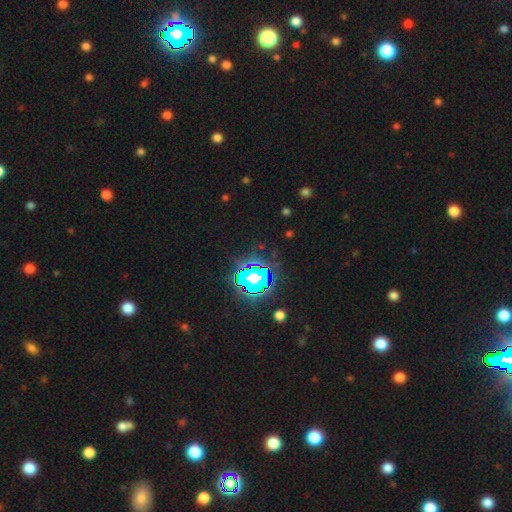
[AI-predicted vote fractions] smooth_or_featured: star or artifact (p=0.80) [alt: smooth p=0.13]